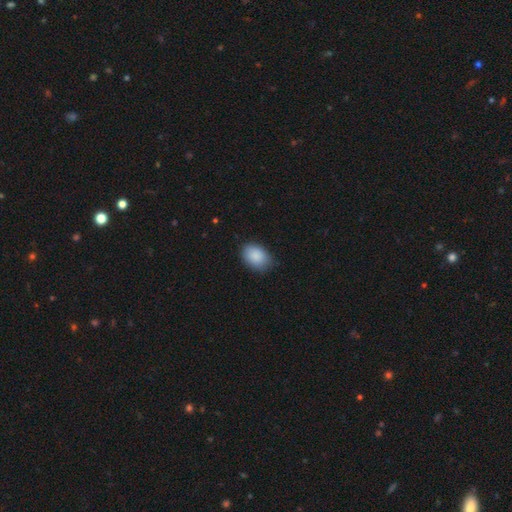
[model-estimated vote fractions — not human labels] Smooth or featured: smooth — 89% (star or artifact — 7%)
How rounded: in between — 81% (round — 18%)
Merging: none — 78% (minor disturbance — 18%)